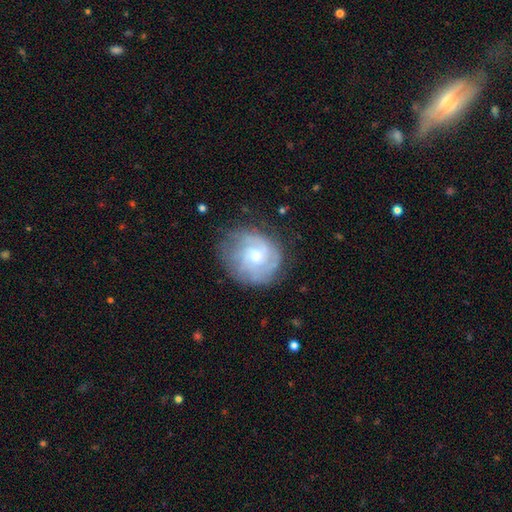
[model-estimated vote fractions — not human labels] featured or disk 73%, smooth 20%, star or artifact 7%. Down the decision tree: edge-on disk — no (98%); bar — no (71%); spiral arms — yes (91%); spiral arm count — can't tell (40%); spiral winding — tight (59%); bulge size — small (59%); merging — none (73%).